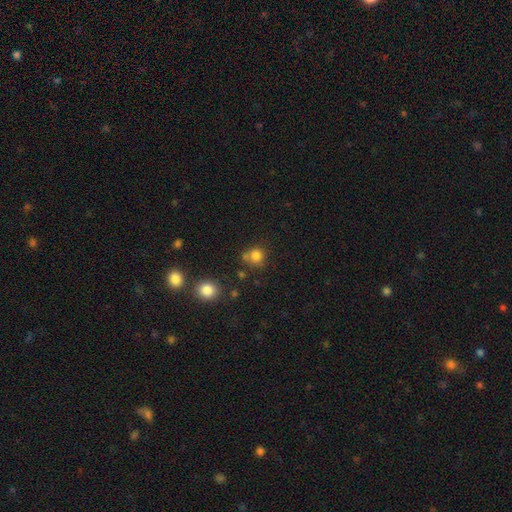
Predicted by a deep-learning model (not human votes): A smooth galaxy with no disk features (80%) that is round (87%).

Vote fractions:
- Smooth or featured? smooth: 80% / star or artifact: 14% / featured or disk: 6%
- How rounded? round: 87% / in between: 12% / cigar-shaped: 1%
- Merging? none: 65% / merger: 15% / minor disturbance: 15% / major disturbance: 5%